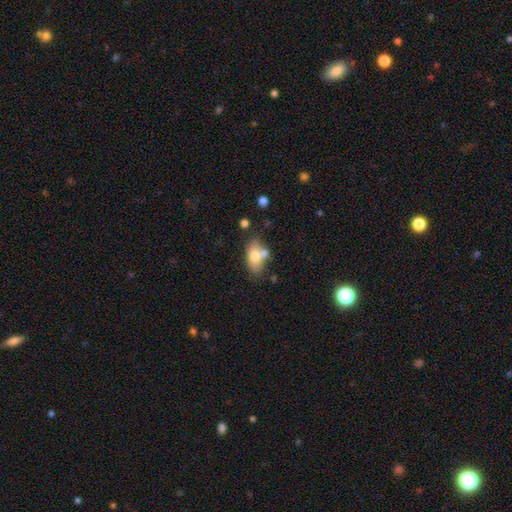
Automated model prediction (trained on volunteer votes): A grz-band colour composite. It shows a smooth galaxy with no disk features (72%) that is in between round and cigar-shaped (88%). Merging: none (55%).